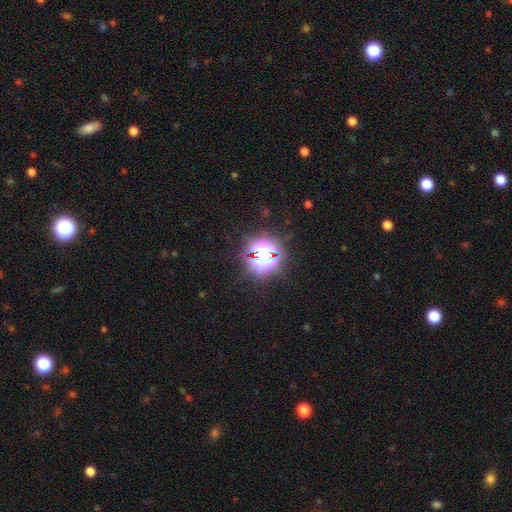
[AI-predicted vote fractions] The model was most divided on "smooth or featured": star or artifact: 77%, smooth: 14%, featured or disk: 9%.